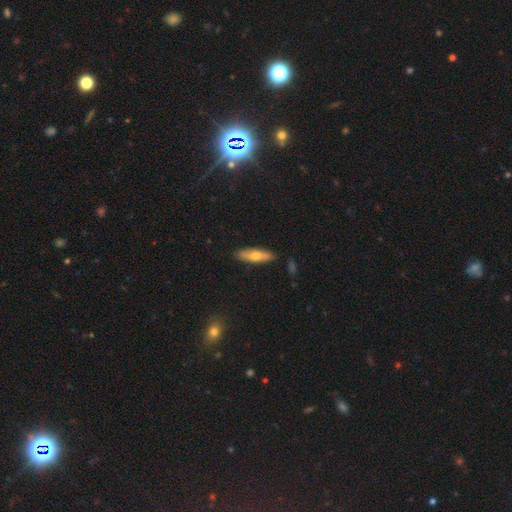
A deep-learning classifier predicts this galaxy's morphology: Smooth or featured? Predicted: smooth (p=0.64). How rounded? Predicted: cigar-shaped (p=0.59). Merging? Predicted: none (p=0.86).